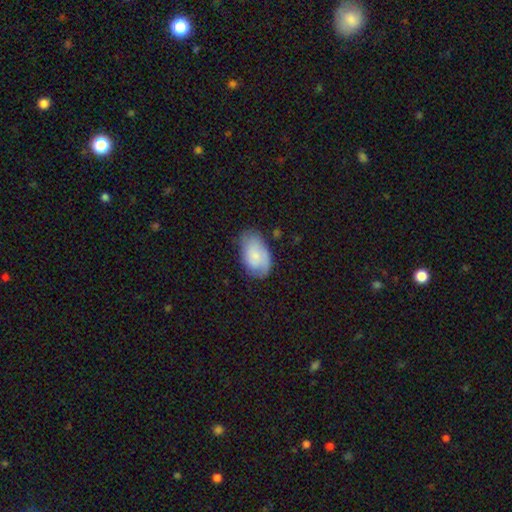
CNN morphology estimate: A smooth galaxy with no disk features (63%) that is in between round and cigar-shaped (91%). Merging: none (63%).